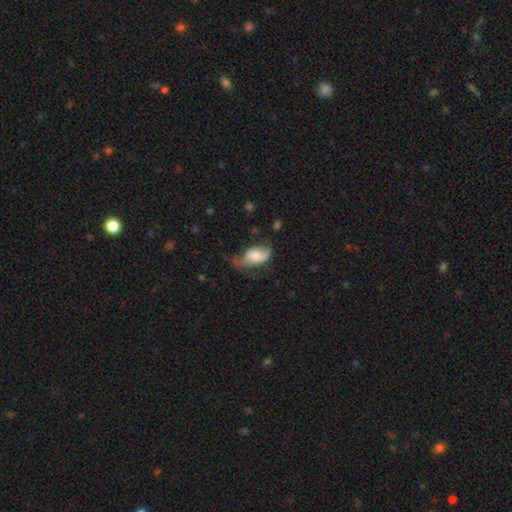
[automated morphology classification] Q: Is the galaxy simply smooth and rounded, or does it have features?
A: smooth — 59%.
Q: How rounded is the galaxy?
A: in between — 91%.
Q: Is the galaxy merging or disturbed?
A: minor disturbance — 39%.